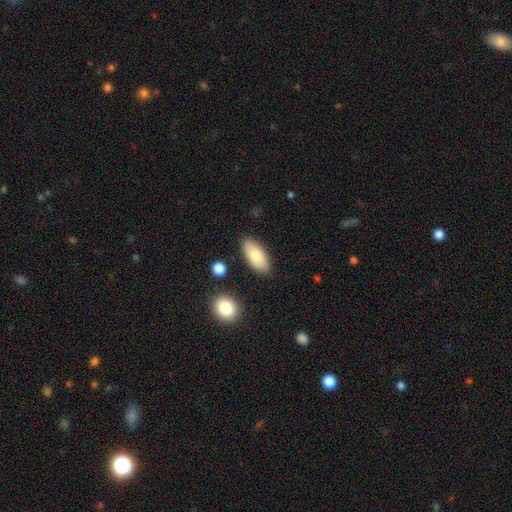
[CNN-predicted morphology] This appears to be a smooth galaxy with no disk features (81%) that is in between round and cigar-shaped (89%). Merging: none (83%).